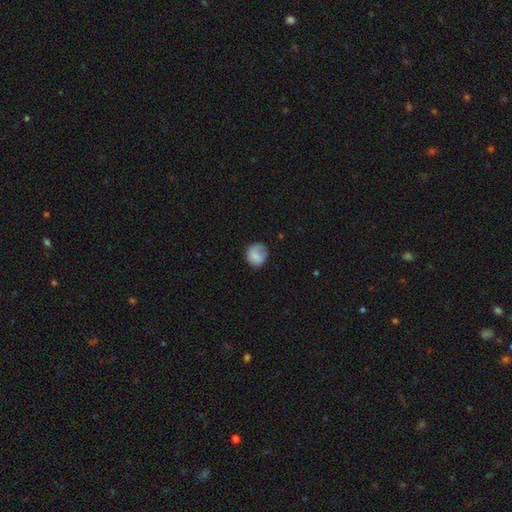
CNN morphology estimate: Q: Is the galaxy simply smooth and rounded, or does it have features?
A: smooth — 76%.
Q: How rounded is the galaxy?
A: round — 78%.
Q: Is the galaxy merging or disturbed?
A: none — 60%.